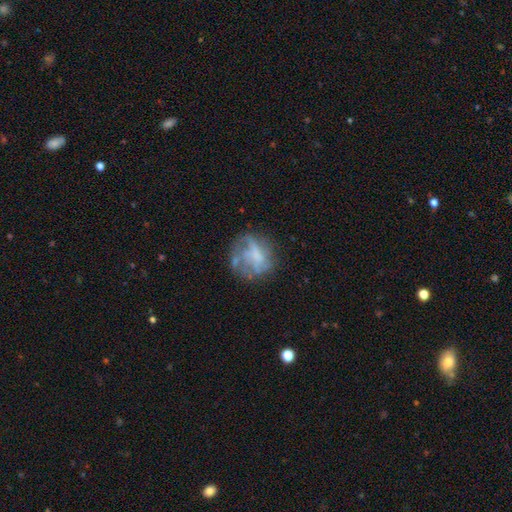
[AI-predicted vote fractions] Q: Smooth or featured?
A: featured or disk (55%); runner-up: smooth (34%)
Q: Edge-on disk?
A: no (97%); runner-up: yes (3%)
Q: Bar?
A: no (70%); runner-up: weak (23%)
Q: Spiral arms?
A: no (65%); runner-up: yes (35%)
Q: Bulge size?
A: none (58%); runner-up: moderate (19%)
Q: Merging?
A: none (50%); runner-up: major disturbance (24%)